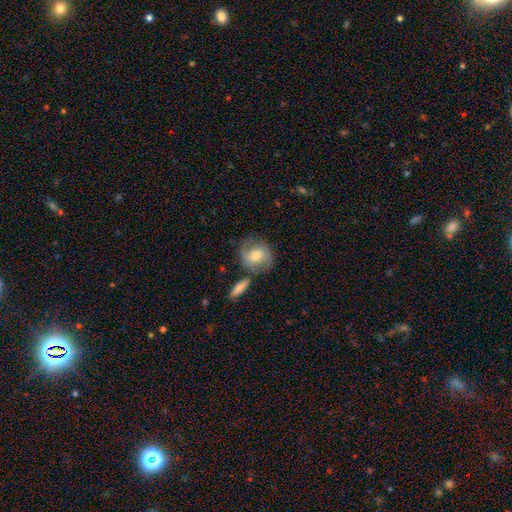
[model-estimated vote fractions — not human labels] This appears to be a featured or disk galaxy (47%). Merging: none (64%).